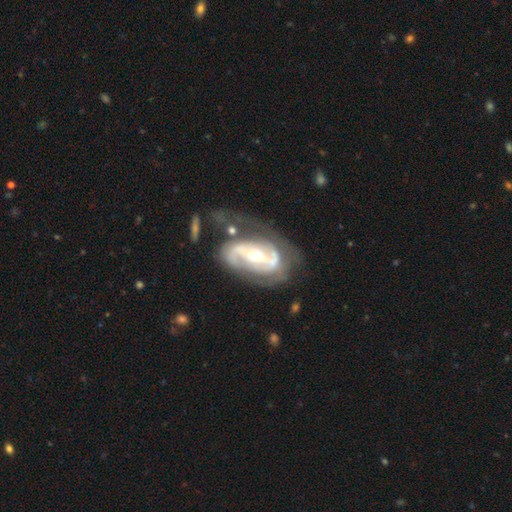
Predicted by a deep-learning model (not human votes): This is clearly a featured or disk galaxy (86%). It is clearly not viewed edge-on (96%). Bar: marginally strong (38%, tied with weak). Spiral arm pattern: clearly yes (88%). Spiral arm count: likely 2 (67%). Spiral winding: marginally medium (41%). Central bulge: likely moderate (62%). Merging: marginally none (44%).